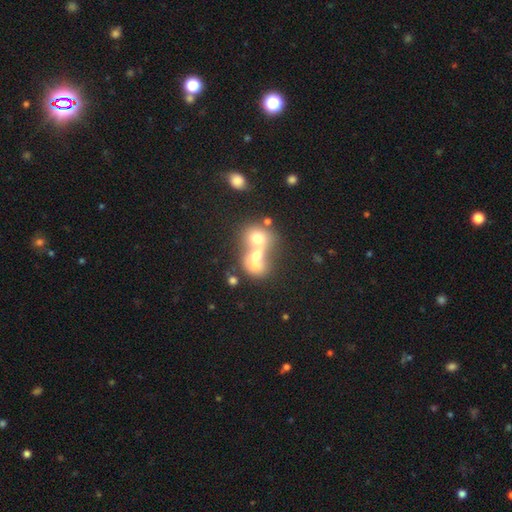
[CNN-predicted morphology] Q: Smooth or featured?
A: smooth (61%); runner-up: featured or disk (28%)
Q: How rounded?
A: round (56%); runner-up: in between (42%)
Q: Merging?
A: merger (75%); runner-up: none (15%)